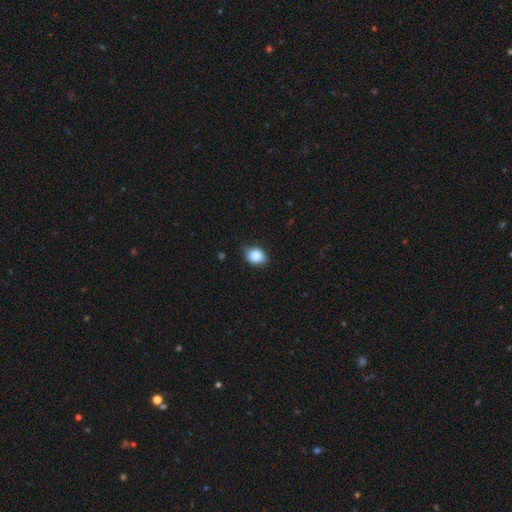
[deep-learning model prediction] A smooth galaxy with no disk features (84%) that is in between round and cigar-shaped (55%).

Vote fractions:
- Smooth or featured? smooth: 84% / star or artifact: 9% / featured or disk: 7%
- How rounded? in between: 55% / round: 43% / cigar-shaped: 1%
- Merging? none: 77% / minor disturbance: 18% / major disturbance: 3% / merger: 1%